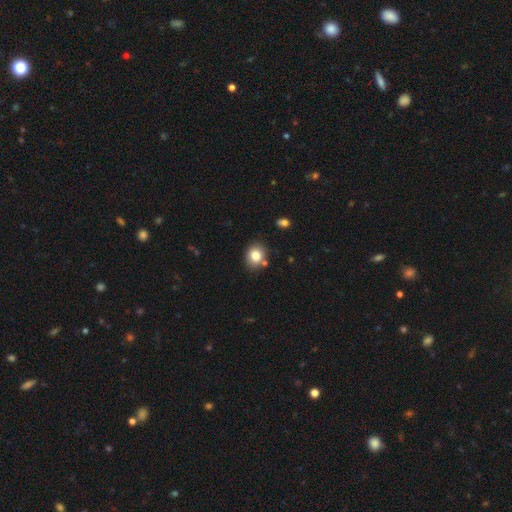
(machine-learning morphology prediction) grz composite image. It shows a smooth galaxy with no disk features (81%) that is round (66%). Merging: none (77%).